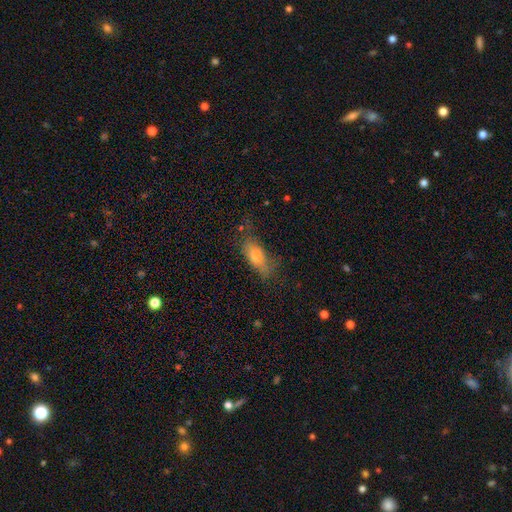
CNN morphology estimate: Q: Smooth or featured?
A: smooth (69%); runner-up: featured or disk (21%)
Q: How rounded?
A: in between (73%); runner-up: cigar-shaped (22%)
Q: Merging?
A: none (57%); runner-up: minor disturbance (27%)